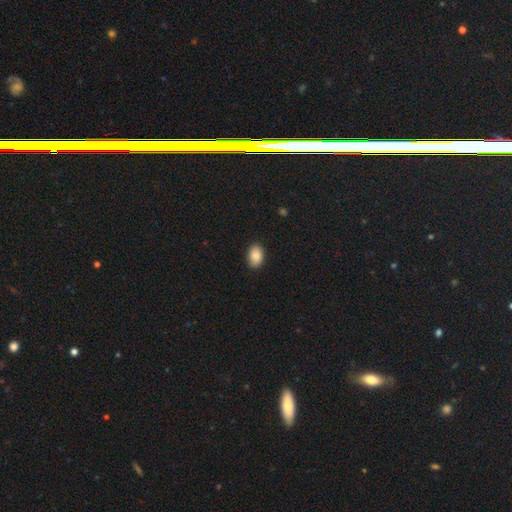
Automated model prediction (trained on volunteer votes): Smooth or featured: smooth — 88% (star or artifact — 7%)
How rounded: in between — 86% (round — 12%)
Merging: none — 88% (minor disturbance — 9%)